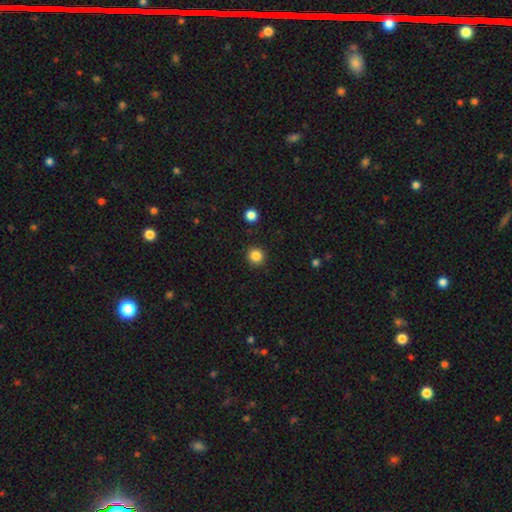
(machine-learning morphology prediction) This is clearly a smooth galaxy (84%). How rounded: clearly round (91%). Merging: clearly none (90%).